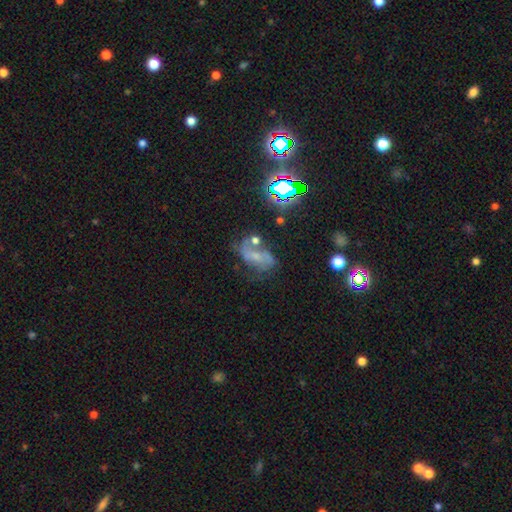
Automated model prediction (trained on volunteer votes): smooth_or_featured: featured or disk (p=0.53) [alt: smooth p=0.24]
disk_edge_on: no (p=0.95) [alt: yes p=0.05]
bar: no (p=0.51) [alt: weak p=0.34]
has_spiral_arms: yes (p=0.74) [alt: no p=0.26]
bulge_size: small (p=0.53) [alt: moderate p=0.29]
merging: none (p=0.40) [alt: minor disturbance p=0.23]